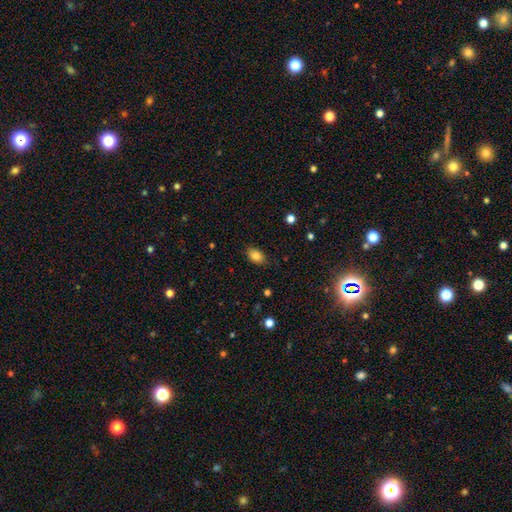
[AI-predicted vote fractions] Q: Smooth or featured?
A: smooth (84%); runner-up: star or artifact (9%)
Q: How rounded?
A: in between (85%); runner-up: round (14%)
Q: Merging?
A: none (83%); runner-up: minor disturbance (13%)